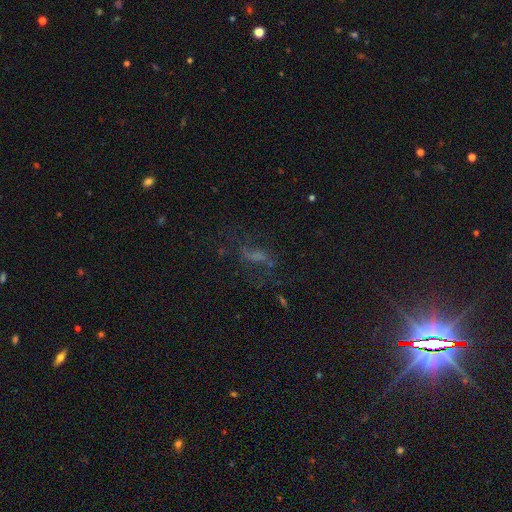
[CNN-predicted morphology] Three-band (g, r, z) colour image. It shows a featured or disk galaxy (40%). Merging: none (50%).